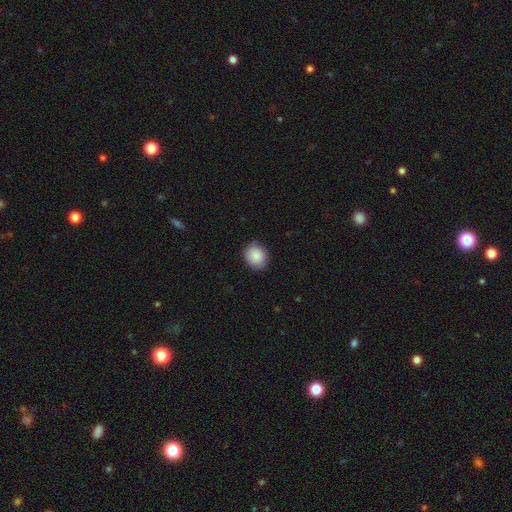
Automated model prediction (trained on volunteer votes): A smooth galaxy with no disk features (89%) that is round (69%).

Vote fractions:
- Smooth or featured? smooth: 89% / star or artifact: 7% / featured or disk: 4%
- How rounded? round: 69% / in between: 30% / cigar-shaped: 1%
- Merging? none: 84% / minor disturbance: 13% / major disturbance: 2% / merger: 1%